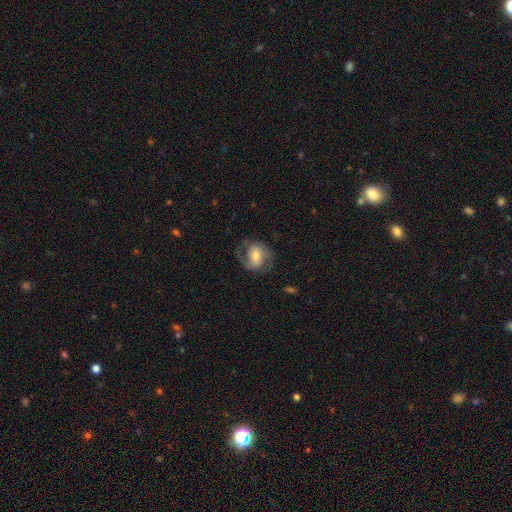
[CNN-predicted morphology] A featured or disk galaxy (61%) with a weak bar (42%), 2 (74%) medium (47%) spiral arms (86%) and a moderate central bulge (60%).

Vote fractions:
- Smooth or featured? featured or disk: 61% / smooth: 31% / star or artifact: 7%
- Edge-on disk? no: 96% / yes: 4%
- Bar? weak: 42% / no: 36% / strong: 21%
- Spiral arms? yes: 86% / no: 14%
- Spiral winding? medium: 47% / loose: 29% / tight: 24%
- Spiral arm count? 2: 74% / 1: 15% / can't tell: 9% / 3: 2% / 4: 1% / more than 4: 1%
- Bulge size? moderate: 60% / small: 26% / large: 10% / none: 2% / dominant: 2%
- Merging? none: 62% / minor disturbance: 20% / major disturbance: 16% / merger: 1%